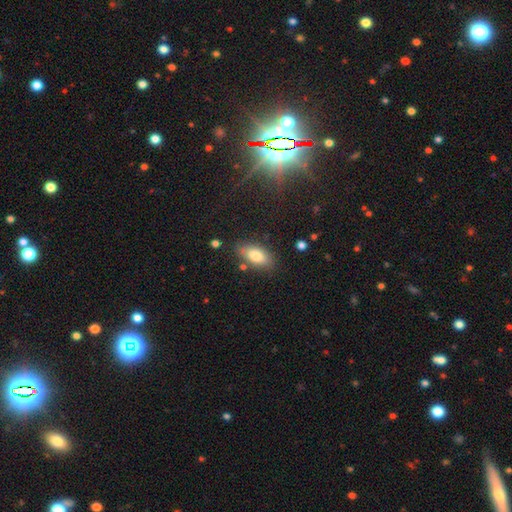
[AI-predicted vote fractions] This is likely a smooth galaxy (79%). How rounded: clearly in between (89%). Merging: likely none (78%).